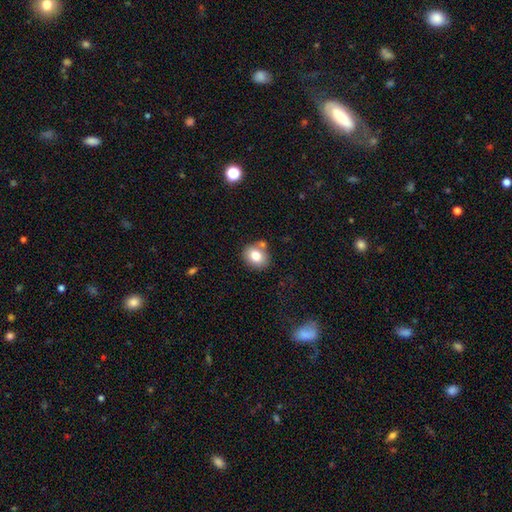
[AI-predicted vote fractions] Smooth or featured?
  - smooth: 77% *
  - featured or disk: 12%
  - star or artifact: 10%
How rounded?
  - round: 60% *
  - in between: 39%
  - cigar-shaped: 1%
Merging?
  - none: 72% *
  - minor disturbance: 12%
  - merger: 12%
  - major disturbance: 3%